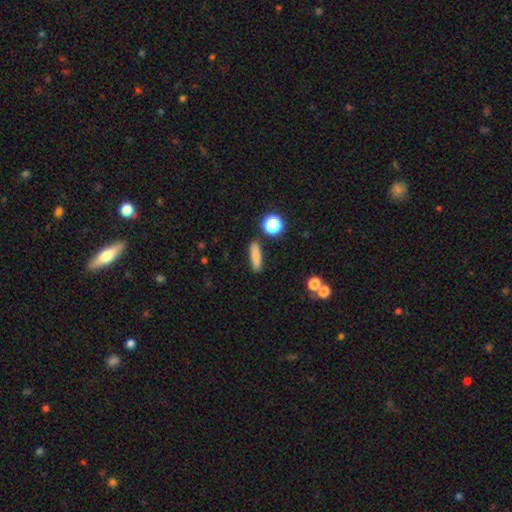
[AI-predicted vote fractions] The model was most divided on "how rounded": cigar-shaped: 69%, in between: 26%, round: 5%. More confident: merging — none (87%); smooth or featured — smooth (81%).